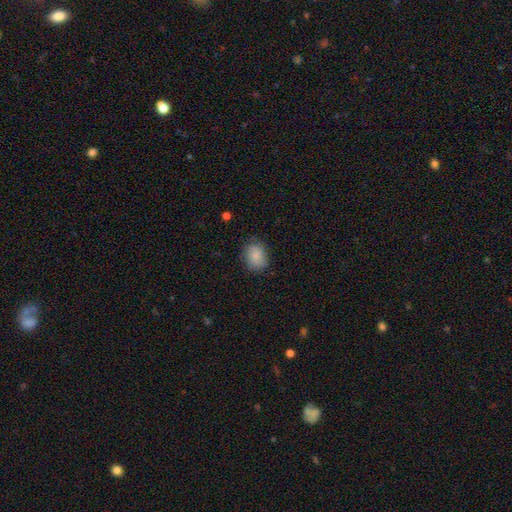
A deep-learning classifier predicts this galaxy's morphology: type=smooth (85%); roundness=in between (59%); merging=none (76%).